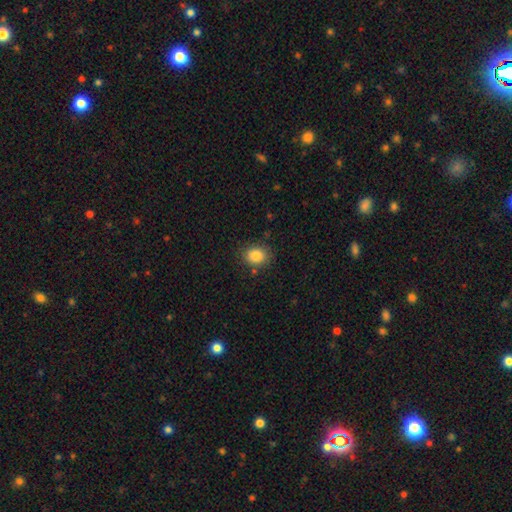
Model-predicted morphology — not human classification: This appears to be a smooth galaxy with no disk features (85%) that is round (59%). Merging: none (84%).